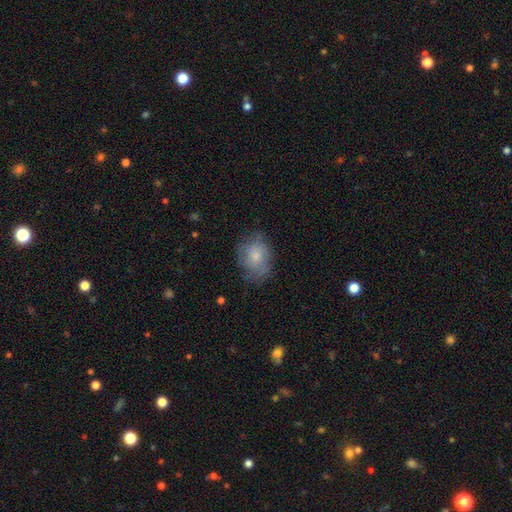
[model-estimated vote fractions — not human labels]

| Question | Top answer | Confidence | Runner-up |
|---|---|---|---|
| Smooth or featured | smooth | 67% | featured or disk (25%) |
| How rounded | in between | 58% | round (40%) |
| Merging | none | 62% | minor disturbance (26%) |